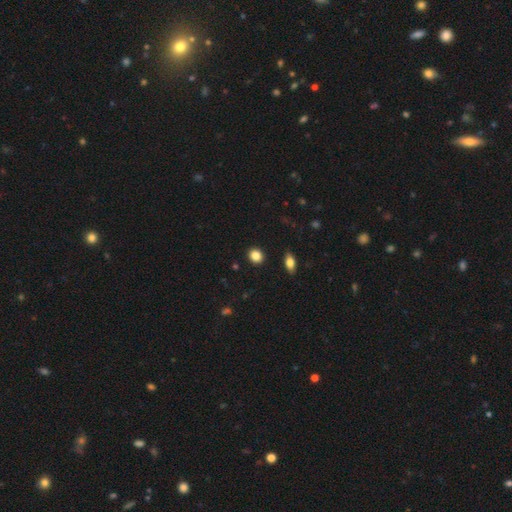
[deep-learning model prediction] A smooth galaxy with no disk features (85%) that is round (71%). Merging: none (90%).